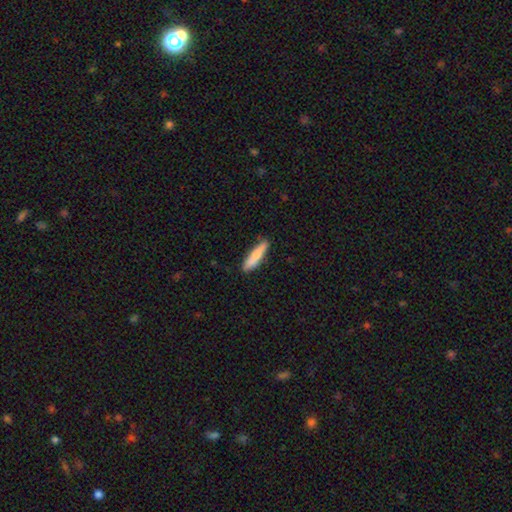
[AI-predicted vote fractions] This appears to be a smooth galaxy with no disk features (78%) that is cigar-shaped (82%). Merging: none (87%).